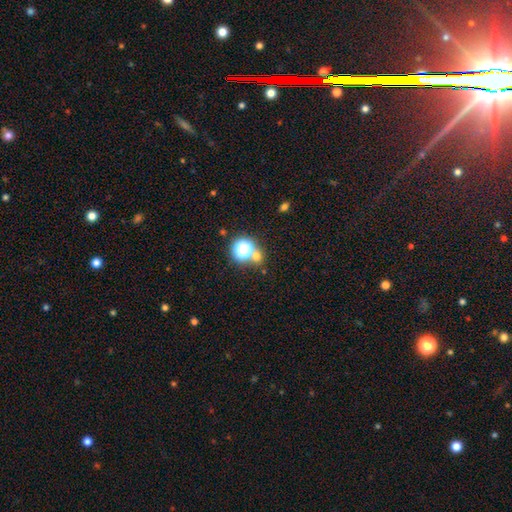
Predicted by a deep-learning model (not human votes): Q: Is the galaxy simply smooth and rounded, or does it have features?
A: smooth — 55%.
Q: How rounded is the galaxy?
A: round — 85%.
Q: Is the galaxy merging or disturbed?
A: none — 63%.